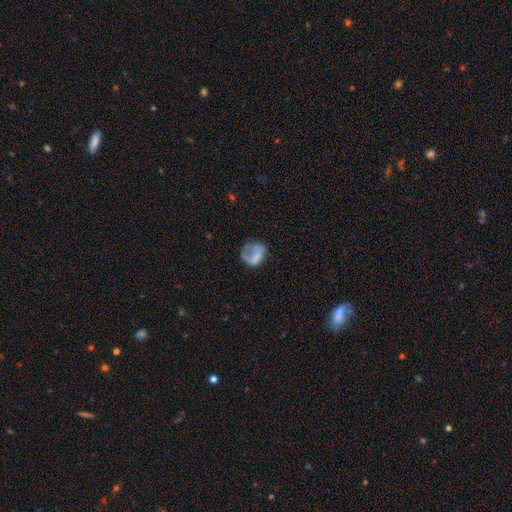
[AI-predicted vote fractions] Morphology: type=smooth (61%); roundness=round (63%); merging=none (38%).